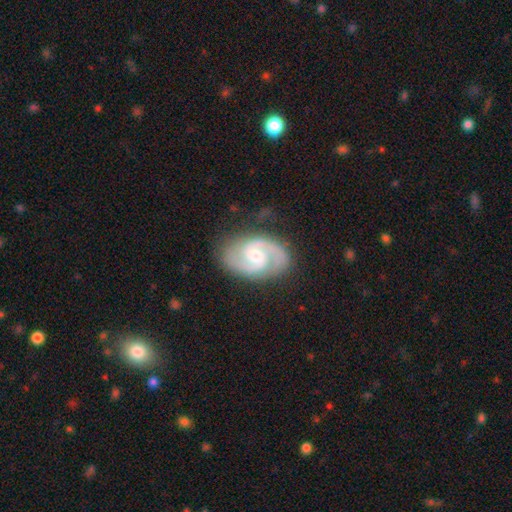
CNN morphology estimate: smooth_or_featured: featured or disk (p=0.90) [alt: smooth p=0.06]
disk_edge_on: no (p=0.98) [alt: yes p=0.02]
bar: weak (p=0.48) [alt: no p=0.42]
has_spiral_arms: yes (p=0.98) [alt: no p=0.02]
spiral_winding: medium (p=0.57) [alt: tight p=0.33]
spiral_arm_count: 2 (p=0.92) [alt: can't tell p=0.02]
bulge_size: moderate (p=0.55) [alt: small p=0.39]
merging: none (p=0.82) [alt: minor disturbance p=0.13]